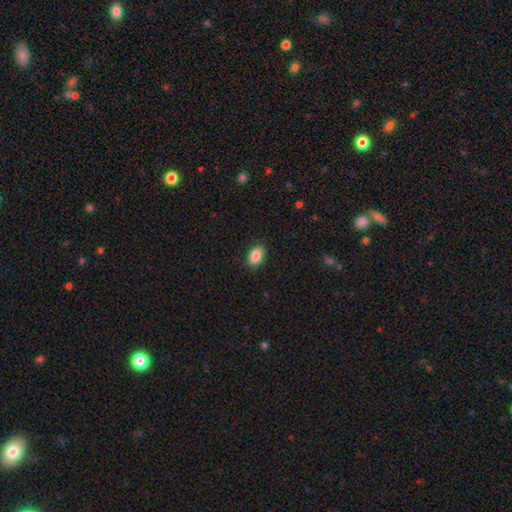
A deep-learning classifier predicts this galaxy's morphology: Smooth or featured: smooth — 87% (star or artifact — 8%)
How rounded: in between — 91% (round — 7%)
Merging: none — 88% (minor disturbance — 9%)